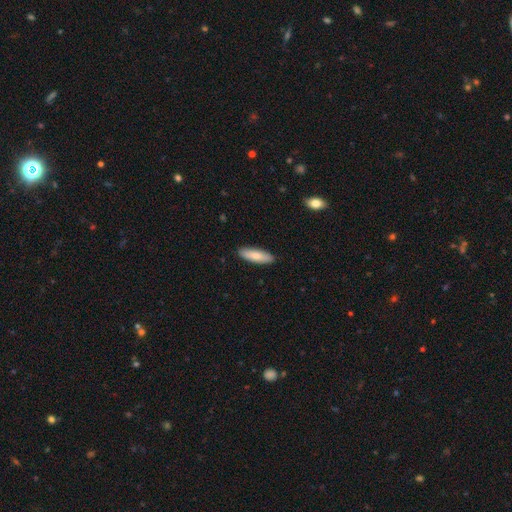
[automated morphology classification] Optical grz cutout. It shows a smooth galaxy with no disk features (80%) that is cigar-shaped (51%). Merging: none (90%).